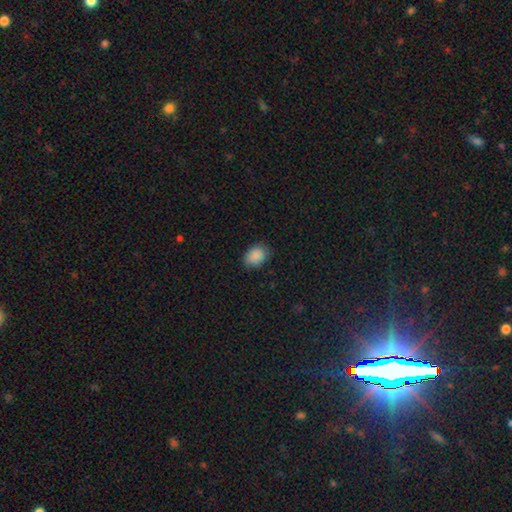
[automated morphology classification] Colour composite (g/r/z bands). It shows a smooth galaxy with no disk features (88%) that is in between round and cigar-shaped (72%). Merging: none (82%).